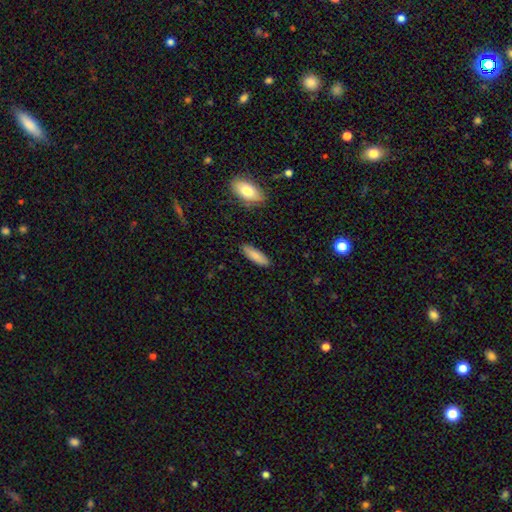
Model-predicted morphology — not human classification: Smooth or featured: smooth — 85% (featured or disk — 8%)
How rounded: in between — 54% (cigar-shaped — 44%)
Merging: none — 88% (minor disturbance — 9%)